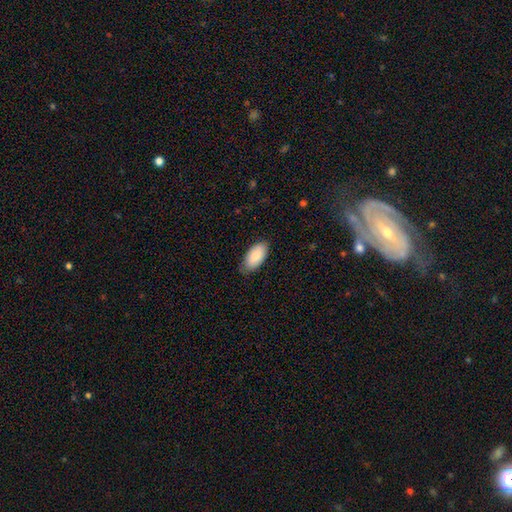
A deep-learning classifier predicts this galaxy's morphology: smooth 84%, featured or disk 10%, star or artifact 6%. Down the decision tree: how rounded — in between (95%); merging — none (77%).